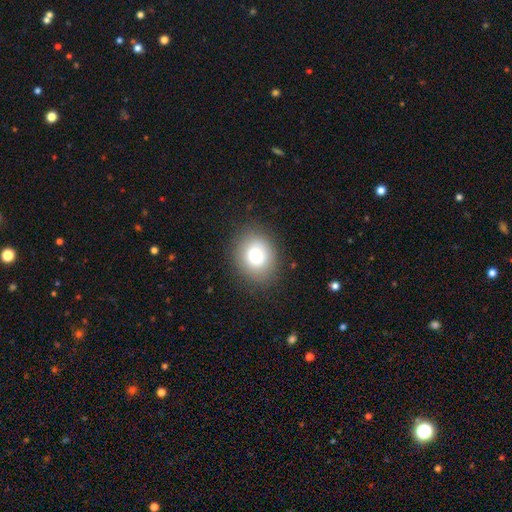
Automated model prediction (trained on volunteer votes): Smooth or featured?
  - smooth: 76% *
  - featured or disk: 13%
  - star or artifact: 11%
How rounded?
  - round: 61% *
  - in between: 38%
  - cigar-shaped: 1%
Merging?
  - none: 85% *
  - minor disturbance: 10%
  - major disturbance: 4%
  - merger: 1%